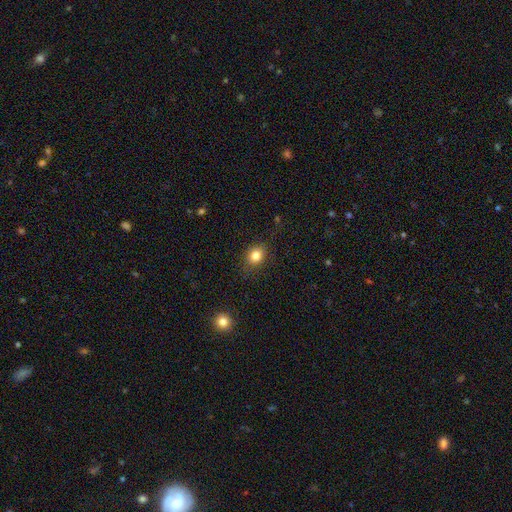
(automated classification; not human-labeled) Q: Smooth or featured?
A: smooth (82%); runner-up: star or artifact (11%)
Q: How rounded?
A: round (53%); runner-up: in between (45%)
Q: Merging?
A: none (83%); runner-up: minor disturbance (13%)